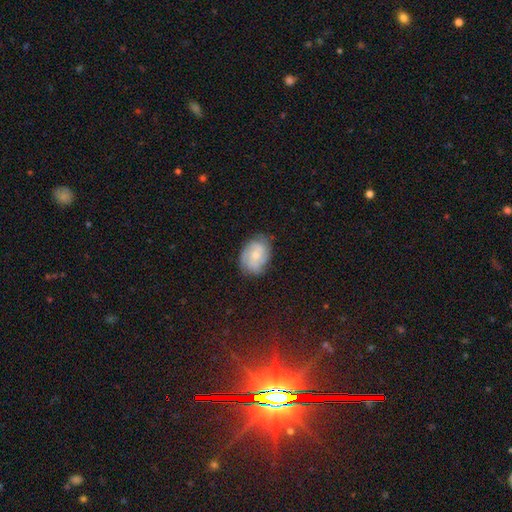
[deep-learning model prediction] featured or disk 47%, smooth 44%, star or artifact 8%. Down the decision tree: merging — none (72%).